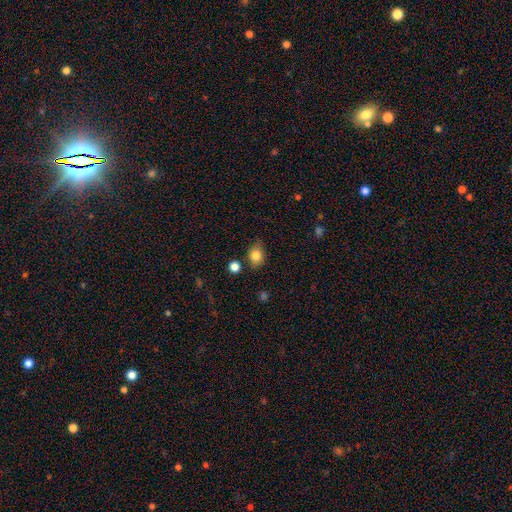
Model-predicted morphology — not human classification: Smooth or featured?
  - smooth: 83% *
  - star or artifact: 10%
  - featured or disk: 8%
How rounded?
  - in between: 54% *
  - round: 45%
  - cigar-shaped: 1%
Merging?
  - none: 76% *
  - minor disturbance: 16%
  - merger: 4%
  - major disturbance: 3%